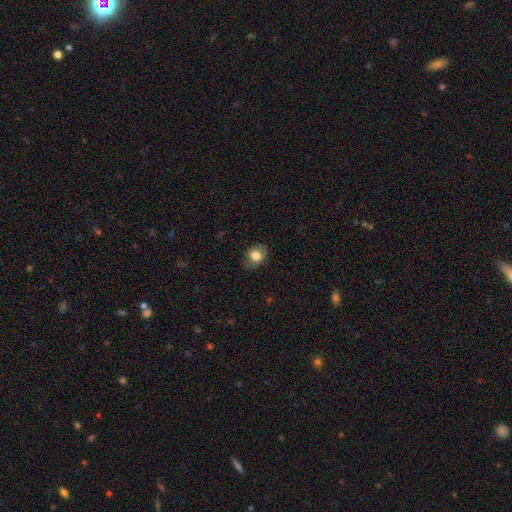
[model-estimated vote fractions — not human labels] Overall: smooth (77%). How rounded: in between (54%; round 45%). Merging: none (72%).